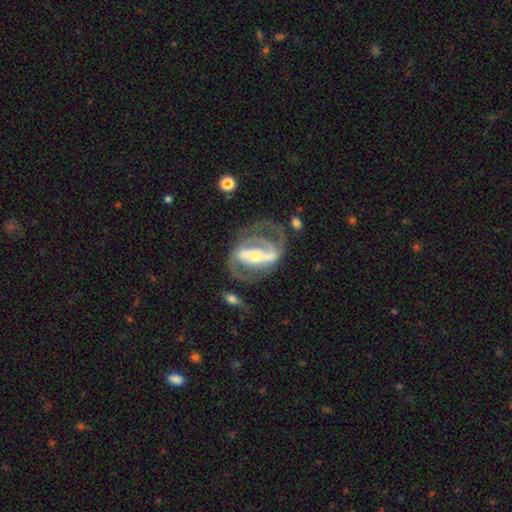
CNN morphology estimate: This is clearly a featured or disk galaxy (88%). It is clearly not viewed edge-on (96%). Bar: likely strong (68%). Spiral arm pattern: clearly yes (91%). Spiral arm count: clearly 2 (86%). Spiral winding: possibly medium (50%). Central bulge: possibly moderate (48%). Merging: possibly none (57%).